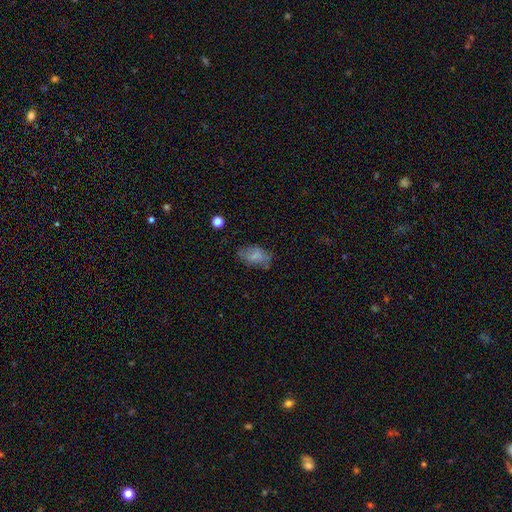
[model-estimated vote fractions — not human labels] Overall: smooth (70%). How rounded: in between (91%). Merging: none (60%; minor disturbance 26%).